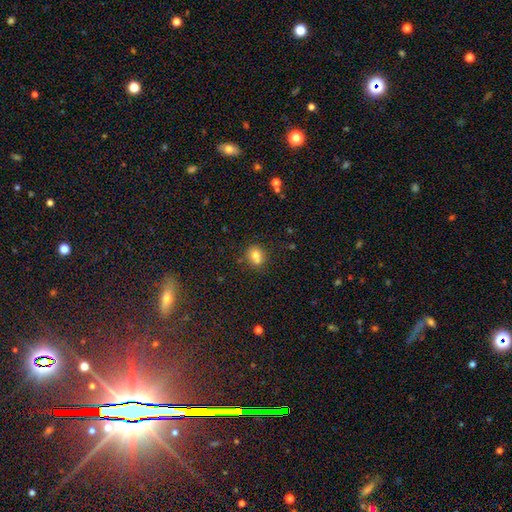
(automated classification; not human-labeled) Q: Smooth or featured?
A: smooth (74%); runner-up: featured or disk (13%)
Q: How rounded?
A: round (72%); runner-up: in between (27%)
Q: Merging?
A: none (58%); runner-up: merger (25%)